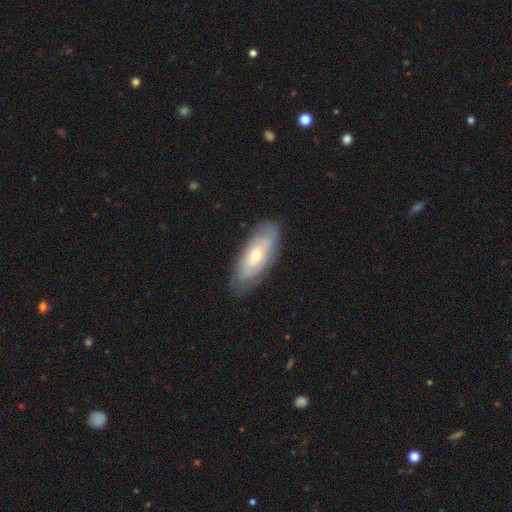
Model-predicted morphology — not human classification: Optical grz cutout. It shows a featured or disk galaxy (65%) with no bar (78%), spiral arms (71%) and a moderate central bulge (49%). Merging: none (75%).